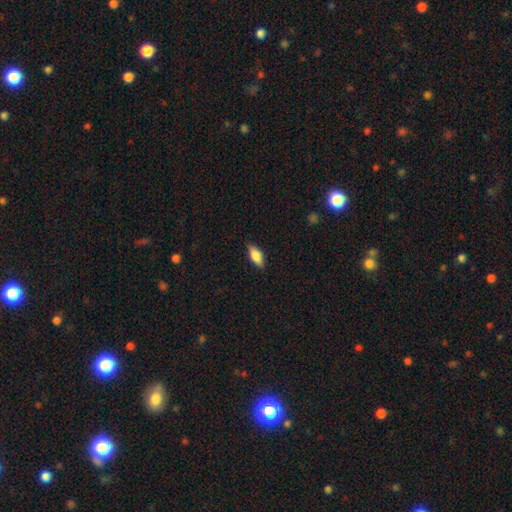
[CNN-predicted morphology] This appears to be a smooth galaxy with no disk features (73%) that is in between round and cigar-shaped (77%). Merging: none (85%).